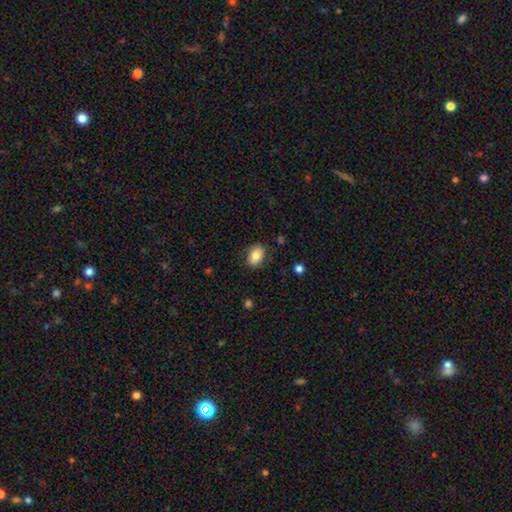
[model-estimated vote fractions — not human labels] smooth_or_featured: smooth (p=0.83) [alt: featured or disk p=0.09]
how_rounded: in between (p=0.84) [alt: round p=0.14]
merging: none (p=0.83) [alt: minor disturbance p=0.12]